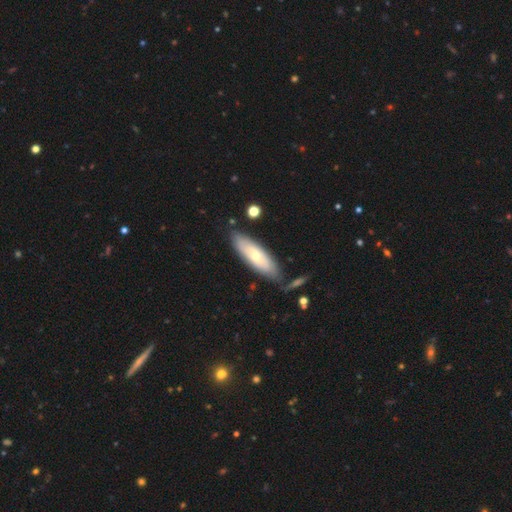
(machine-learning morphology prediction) A smooth galaxy with no disk features (48%). Merging: none (76%).